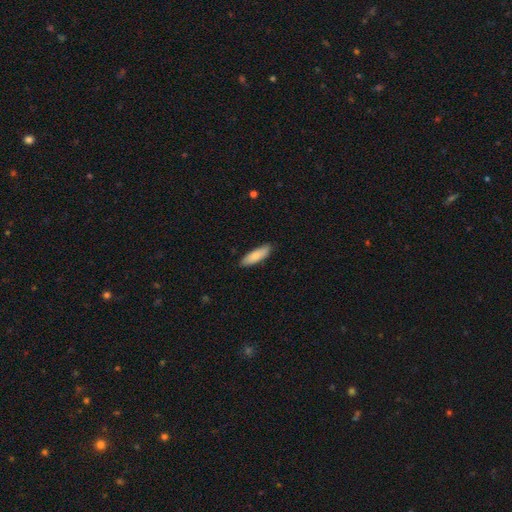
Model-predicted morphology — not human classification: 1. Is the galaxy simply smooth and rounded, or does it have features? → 84% smooth, 11% featured or disk, 5% star or artifact.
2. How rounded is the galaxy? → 50% cigar-shaped, 49% in between, 2% round.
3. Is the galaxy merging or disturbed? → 85% none, 12% minor disturbance, 2% major disturbance, 1% merger.